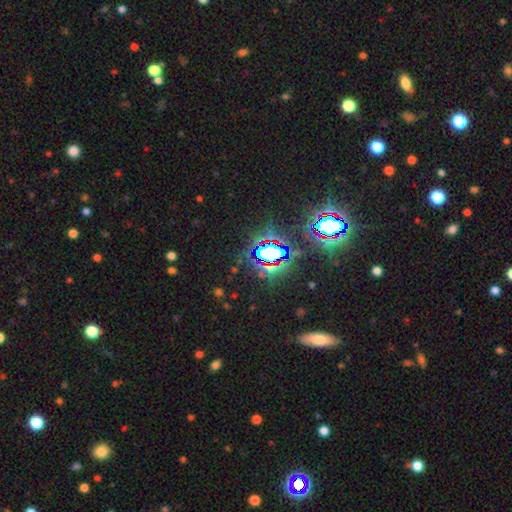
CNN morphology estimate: Q: Smooth or featured?
A: star or artifact (81%); runner-up: smooth (11%)